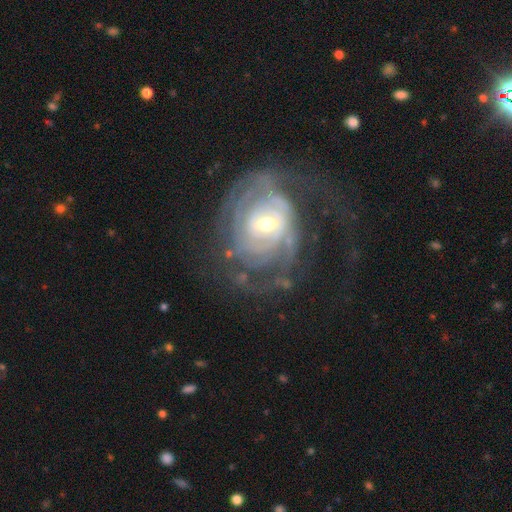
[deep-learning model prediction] A featured or disk galaxy (86%) with no bar (46%), tight (64%) spiral arms (92%) and a moderate central bulge (49%).

Vote fractions:
- Smooth or featured? featured or disk: 86% / smooth: 7% / star or artifact: 6%
- Edge-on disk? no: 97% / yes: 3%
- Bar? no: 46% / weak: 39% / strong: 15%
- Spiral arms? yes: 92% / no: 8%
- Spiral winding? tight: 64% / medium: 25% / loose: 10%
- Spiral arm count? can't tell: 40% / 2: 23% / 3: 14% / 4: 10% / more than 4: 7% / 1: 7%
- Bulge size? moderate: 49% / small: 45% / large: 4% / dominant: 1% / none: 1%
- Merging? none: 53% / major disturbance: 28% / minor disturbance: 16% / merger: 2%